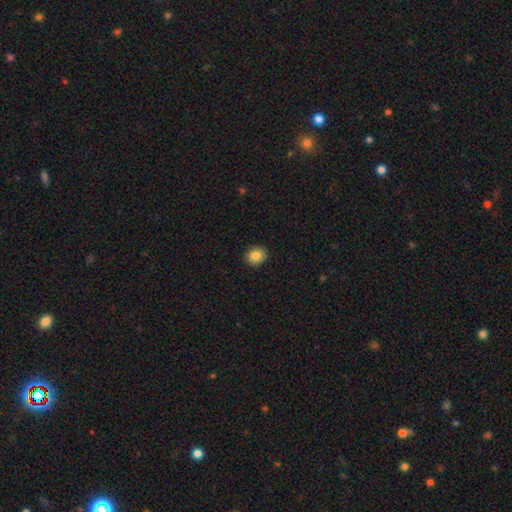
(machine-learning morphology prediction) This is clearly a smooth galaxy (84%). How rounded: likely round (69%). Merging: clearly none (91%).